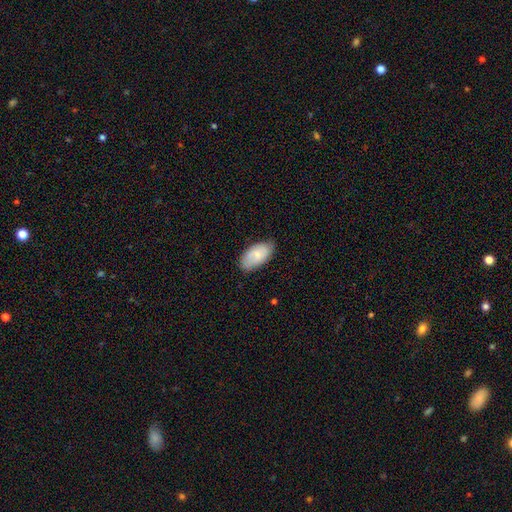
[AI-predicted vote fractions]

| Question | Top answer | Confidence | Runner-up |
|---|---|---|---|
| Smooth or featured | smooth | 75% | featured or disk (19%) |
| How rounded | in between | 95% | cigar-shaped (3%) |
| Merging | none | 76% | minor disturbance (20%) |